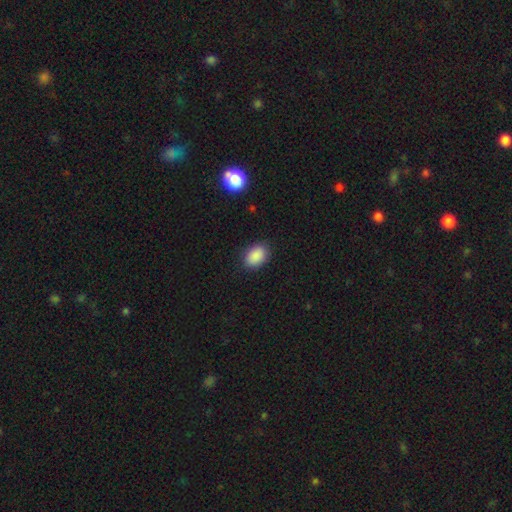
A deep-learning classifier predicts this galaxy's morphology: smooth 89%, star or artifact 8%, featured or disk 3%. Down the decision tree: how rounded — in between (81%); merging — none (87%).